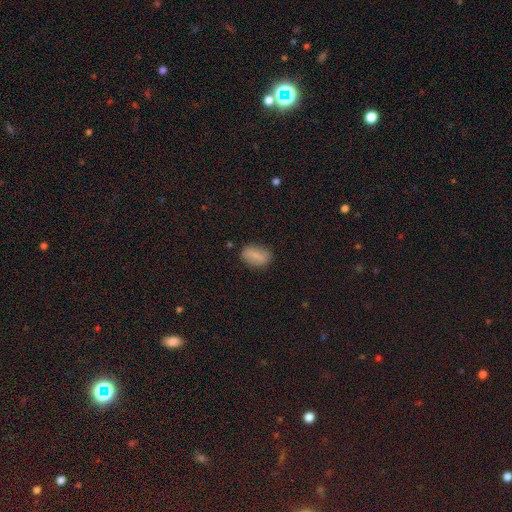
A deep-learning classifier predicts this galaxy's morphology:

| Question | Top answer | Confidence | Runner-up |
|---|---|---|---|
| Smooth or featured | smooth | 75% | featured or disk (16%) |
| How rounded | in between | 85% | round (12%) |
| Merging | none | 83% | minor disturbance (13%) |